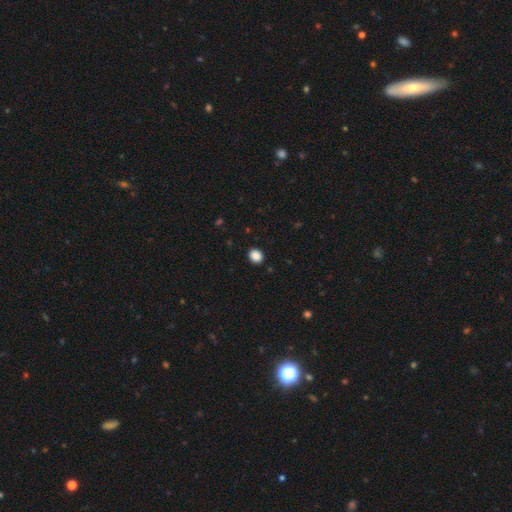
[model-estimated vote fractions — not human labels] smooth 88%, star or artifact 9%, featured or disk 2%. Down the decision tree: how rounded — round (59%); merging — none (91%).